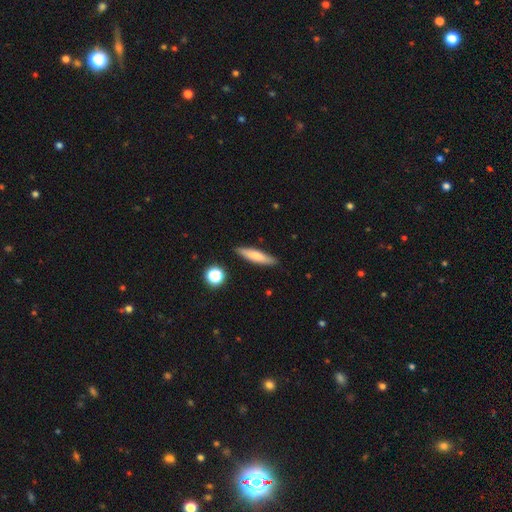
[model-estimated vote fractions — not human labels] smooth_or_featured: smooth (p=0.71) [alt: featured or disk p=0.22]
how_rounded: cigar-shaped (p=0.81) [alt: in between p=0.17]
merging: none (p=0.87) [alt: minor disturbance p=0.09]